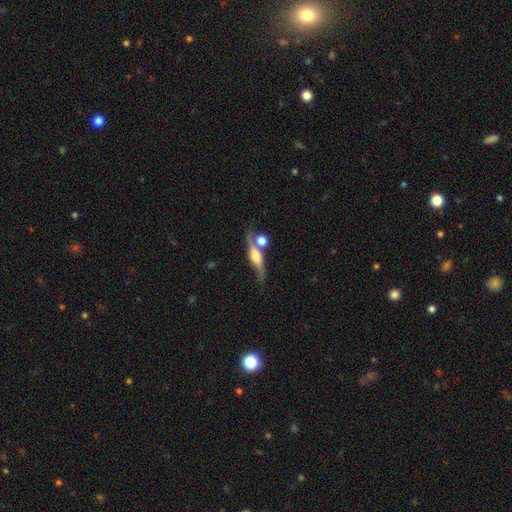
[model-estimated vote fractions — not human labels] A featured or disk galaxy (63%) viewed edge-on (80%) with a rounded central bulge (85%).

Vote fractions:
- Smooth or featured? featured or disk: 63% / smooth: 29% / star or artifact: 8%
- Edge-on disk? yes: 80% / no: 20%
- Edge-on bulge? rounded: 85% / boxy: 10% / none: 5%
- Merging? none: 52% / merger: 25% / minor disturbance: 15% / major disturbance: 8%